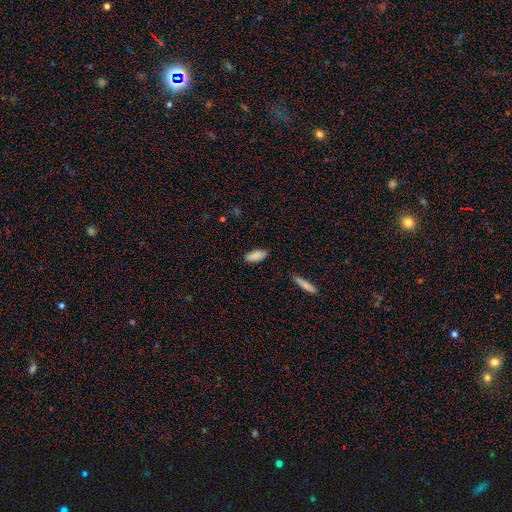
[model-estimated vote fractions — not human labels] A smooth galaxy with no disk features (88%) that is in between round and cigar-shaped (81%). Merging: none (85%).